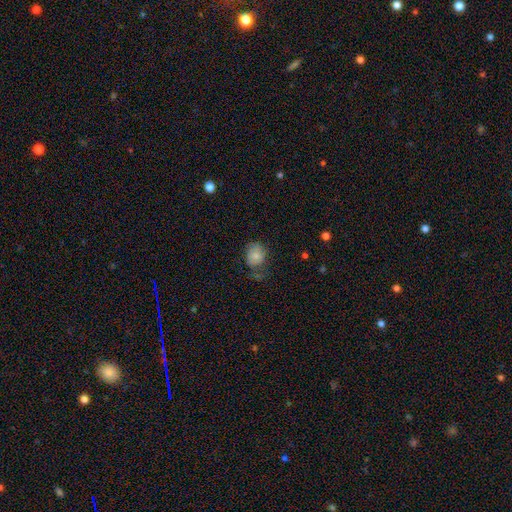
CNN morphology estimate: smooth_or_featured: smooth (p=0.74) [alt: featured or disk p=0.17]
how_rounded: round (p=0.54) [alt: in between p=0.45]
merging: none (p=0.48) [alt: minor disturbance p=0.31]